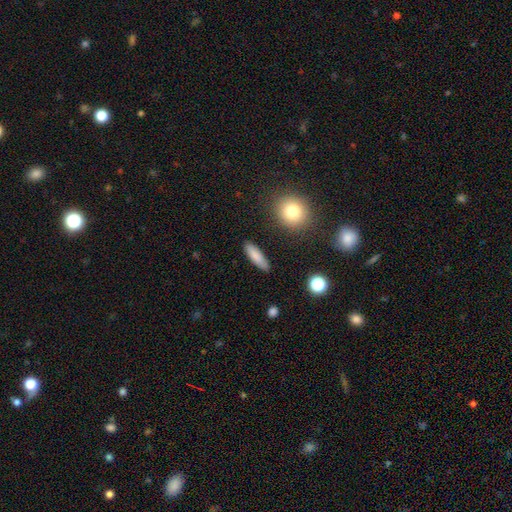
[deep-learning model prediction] Overall: smooth (82%). How rounded: cigar-shaped (58%; in between 40%). Merging: none (87%).